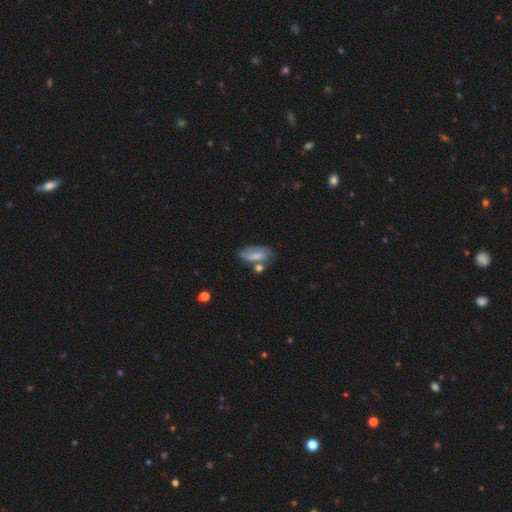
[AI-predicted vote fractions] A smooth galaxy with no disk features (56%) that is in between round and cigar-shaped (84%). Merging: none (49%).